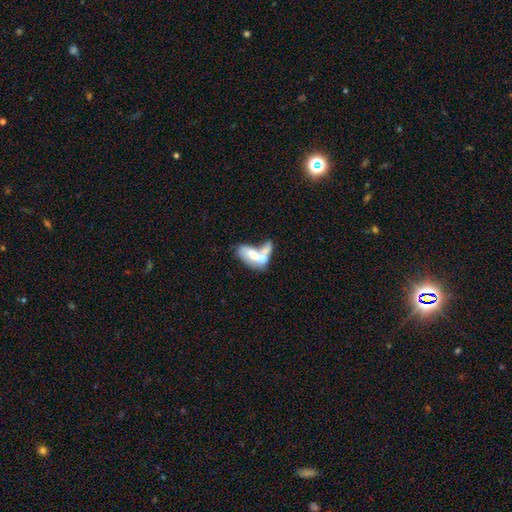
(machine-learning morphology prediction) Smooth or featured?
  - smooth: 49% *
  - featured or disk: 43%
  - star or artifact: 7%
Merging?
  - merger: 58% *
  - major disturbance: 19%
  - none: 13%
  - minor disturbance: 10%